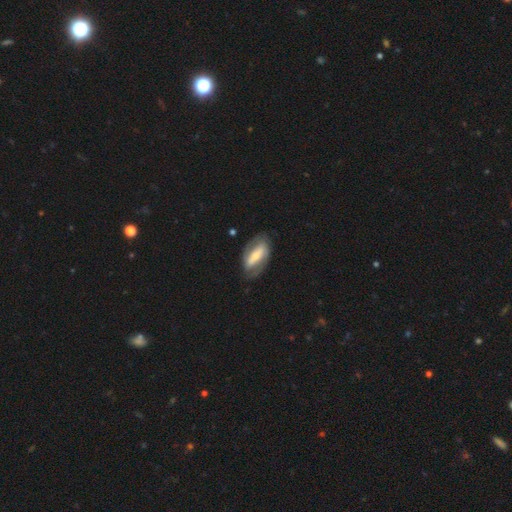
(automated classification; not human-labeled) A featured or disk galaxy (68%) with a strong bar (68%), spiral arms (61%) and a moderate central bulge (46%). Merging: none (75%).